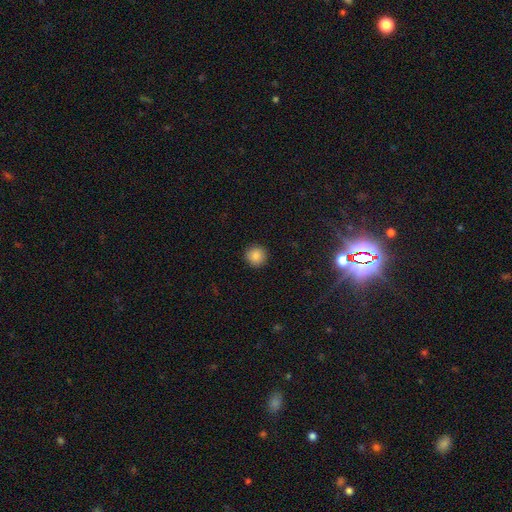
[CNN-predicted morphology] smooth_or_featured: smooth (p=0.87) [alt: star or artifact p=0.10]
how_rounded: round (p=0.95) [alt: in between p=0.04]
merging: none (p=0.92) [alt: minor disturbance p=0.05]